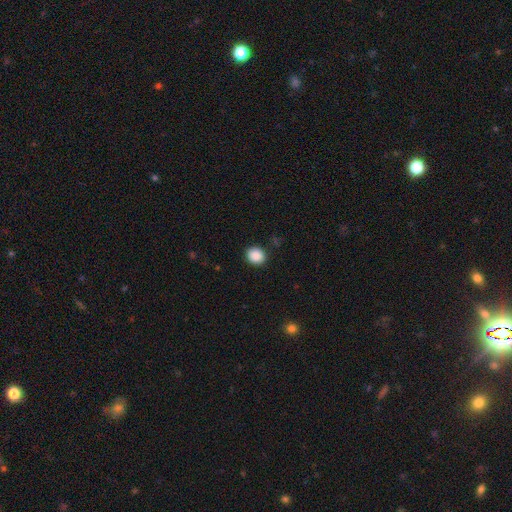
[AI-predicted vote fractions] Smooth or featured: smooth — 89% (star or artifact — 8%)
How rounded: round — 78% (in between — 21%)
Merging: none — 89% (minor disturbance — 7%)